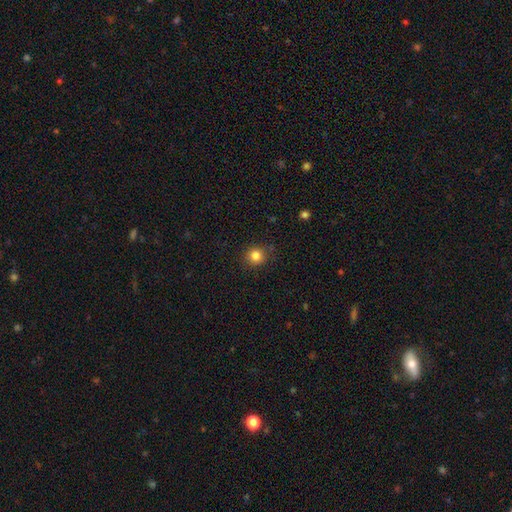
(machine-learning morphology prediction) Q: Smooth or featured?
A: smooth (84%); runner-up: star or artifact (12%)
Q: How rounded?
A: round (90%); runner-up: in between (9%)
Q: Merging?
A: none (87%); runner-up: minor disturbance (9%)